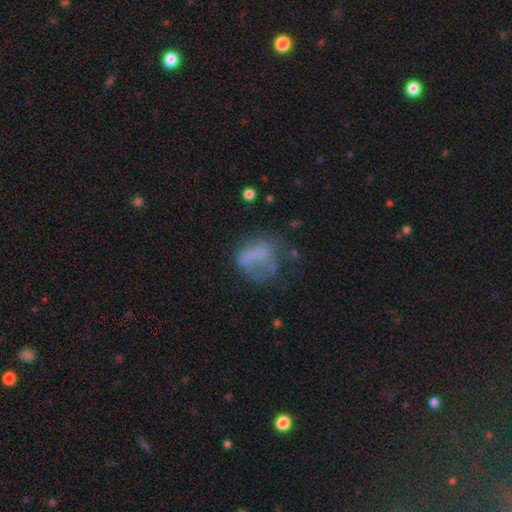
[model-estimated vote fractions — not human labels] This is possibly a smooth galaxy (53%). How rounded: possibly in between (53%). Merging: marginally major disturbance (42%).